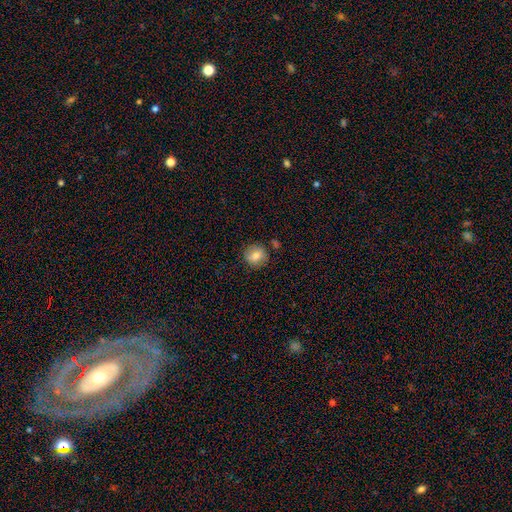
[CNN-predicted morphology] smooth_or_featured: smooth (p=0.80) [alt: featured or disk p=0.11]
how_rounded: round (p=0.87) [alt: in between p=0.12]
merging: none (p=0.80) [alt: minor disturbance p=0.13]